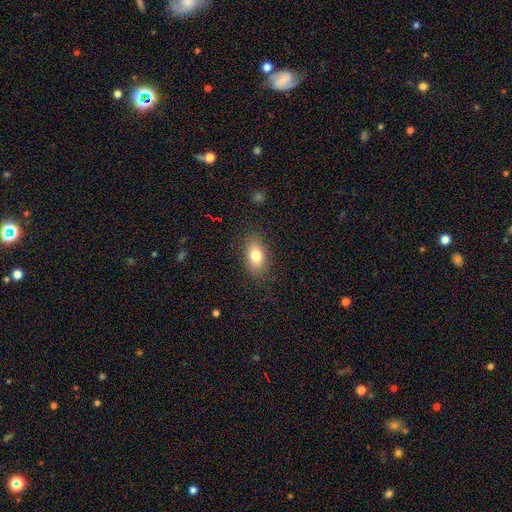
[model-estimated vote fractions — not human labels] Smooth or featured? smooth (79%)
How rounded? in between (87%)
Merging? none (84%)